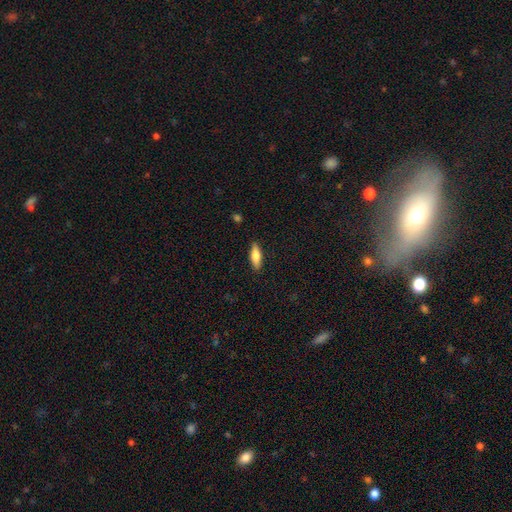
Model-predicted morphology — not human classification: Overall: smooth (70%). How rounded: in between (54%; cigar-shaped 43%). Merging: none (89%).